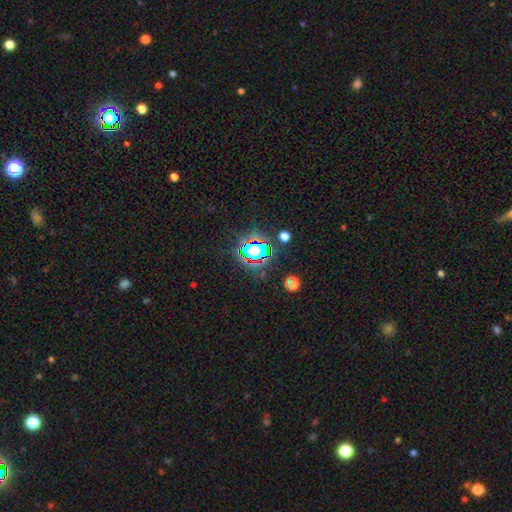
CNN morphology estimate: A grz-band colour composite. It shows a star or artifact, not a galaxy (61%).